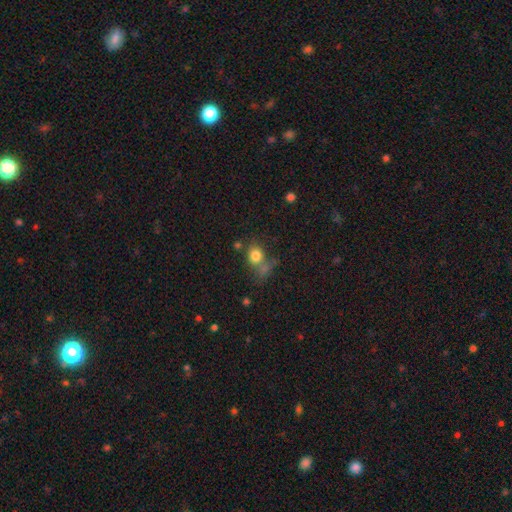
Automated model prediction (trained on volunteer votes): The model was most divided on "merging": none: 47%, merger: 25%, minor disturbance: 17%, major disturbance: 11%. More confident: smooth or featured — smooth (80%); how rounded — round (67%).